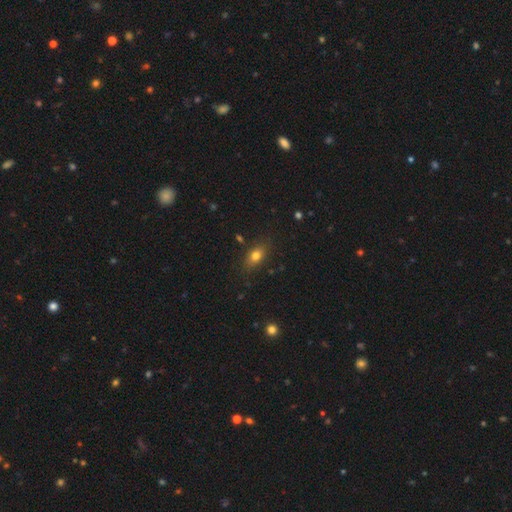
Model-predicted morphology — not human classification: smooth_or_featured: smooth (p=0.76) [alt: featured or disk p=0.12]
how_rounded: in between (p=0.78) [alt: round p=0.16]
merging: none (p=0.83) [alt: minor disturbance p=0.12]